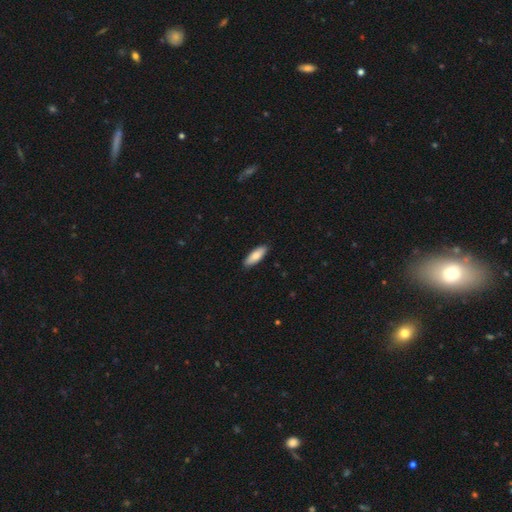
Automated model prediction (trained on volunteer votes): Smooth or featured? smooth (81%)
How rounded? in between (64%)
Merging? none (89%)